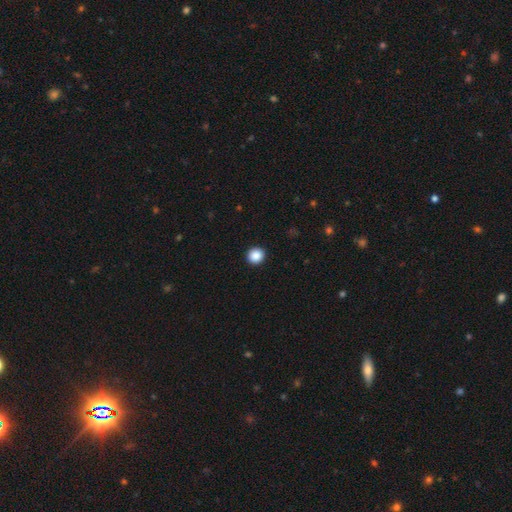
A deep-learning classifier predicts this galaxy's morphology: Smooth or featured? Predicted: smooth (p=0.88). How rounded? Predicted: round (p=0.92). Merging? Predicted: none (p=0.93).